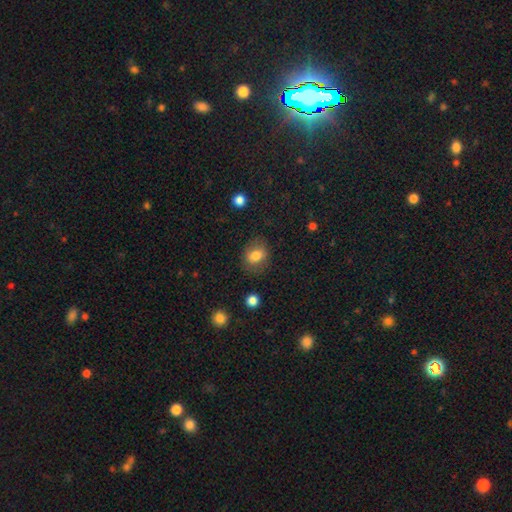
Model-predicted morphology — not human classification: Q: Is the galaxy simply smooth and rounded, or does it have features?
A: smooth — 77%.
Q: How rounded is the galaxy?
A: in between — 51%.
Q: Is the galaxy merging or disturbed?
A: none — 77%.